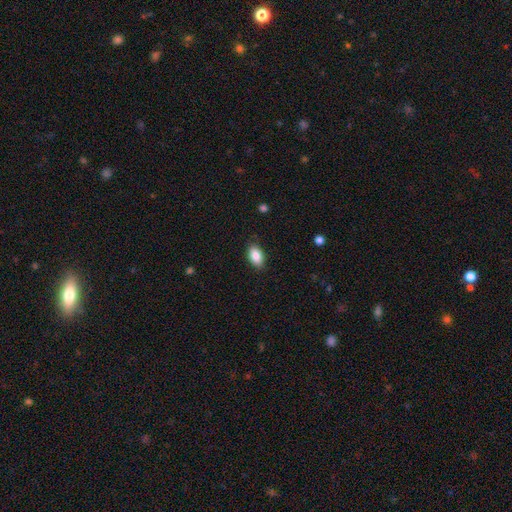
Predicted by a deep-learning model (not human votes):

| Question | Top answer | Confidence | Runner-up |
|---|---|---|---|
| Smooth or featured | smooth | 87% | star or artifact (7%) |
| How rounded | in between | 92% | round (6%) |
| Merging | none | 87% | minor disturbance (10%) |